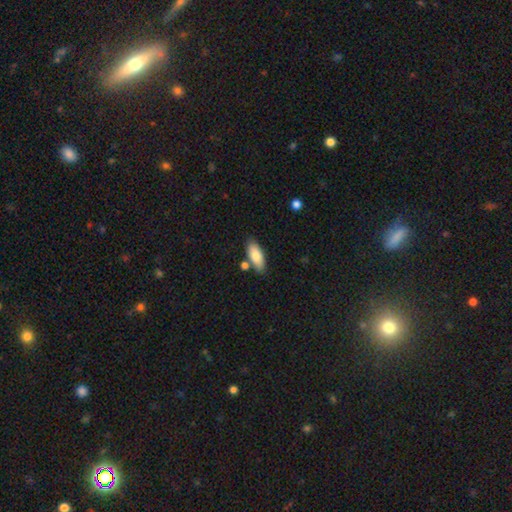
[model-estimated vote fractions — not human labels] Morphology: type=smooth (82%); roundness=in between (80%); merging=none (78%).